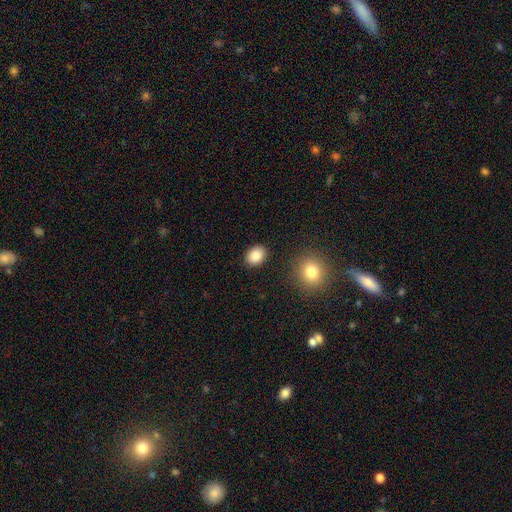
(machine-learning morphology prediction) Smooth or featured? smooth (87%)
How rounded? in between (64%)
Merging? none (87%)